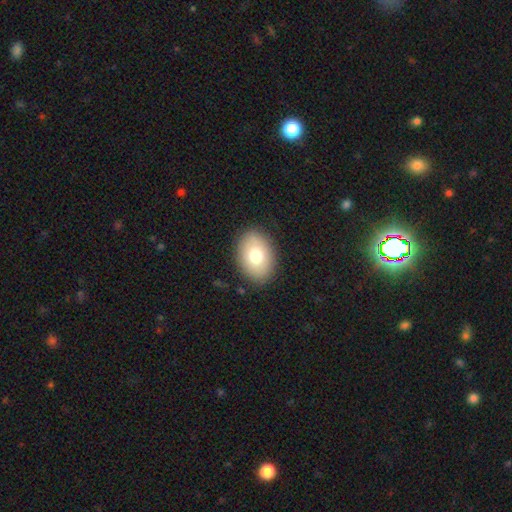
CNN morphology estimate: Smooth or featured: smooth — 77% (featured or disk — 15%)
How rounded: in between — 81% (round — 18%)
Merging: none — 87% (minor disturbance — 9%)